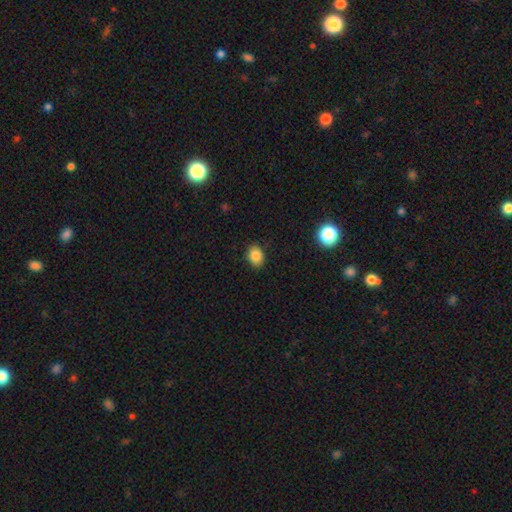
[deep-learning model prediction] Smooth or featured? smooth (85%)
How rounded? in between (61%)
Merging? none (86%)